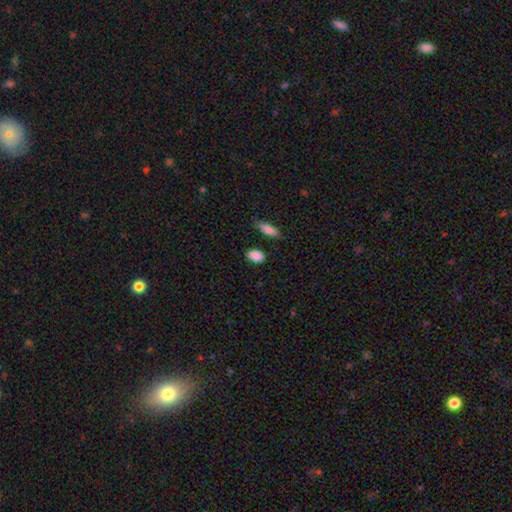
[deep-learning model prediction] Smooth or featured?
  - smooth: 89% *
  - star or artifact: 7%
  - featured or disk: 4%
How rounded?
  - in between: 88% *
  - round: 9%
  - cigar-shaped: 4%
Merging?
  - none: 83% *
  - minor disturbance: 11%
  - merger: 3%
  - major disturbance: 3%